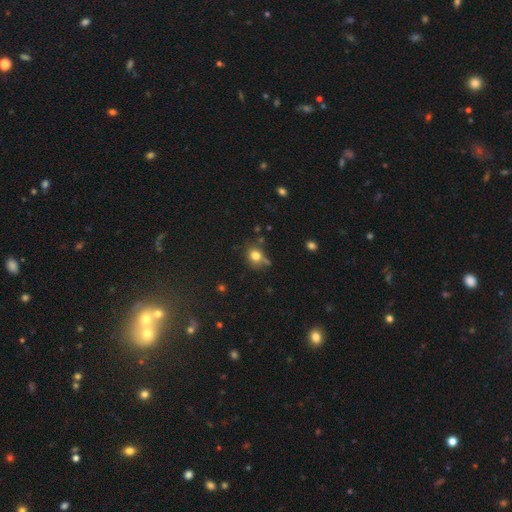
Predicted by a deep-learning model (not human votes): Morphology: type=smooth (76%); roundness=round (69%); merging=none (63%).